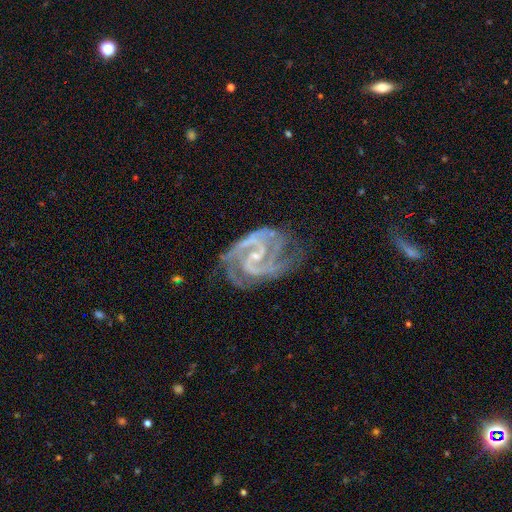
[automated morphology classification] Smooth or featured? featured or disk (91%)
Edge-on disk? no (98%)
Bar? weak (46%)
Spiral arms? yes (98%)
Spiral winding? medium (48%)
Spiral arm count? 2 (54%)
Bulge size? small (70%)
Merging? none (61%)